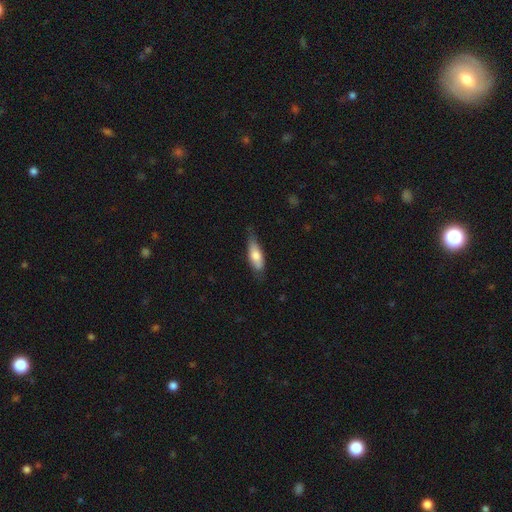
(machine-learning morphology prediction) Smooth or featured? Predicted: smooth (p=0.73). How rounded? Predicted: in between (p=0.61). Merging? Predicted: none (p=0.65).